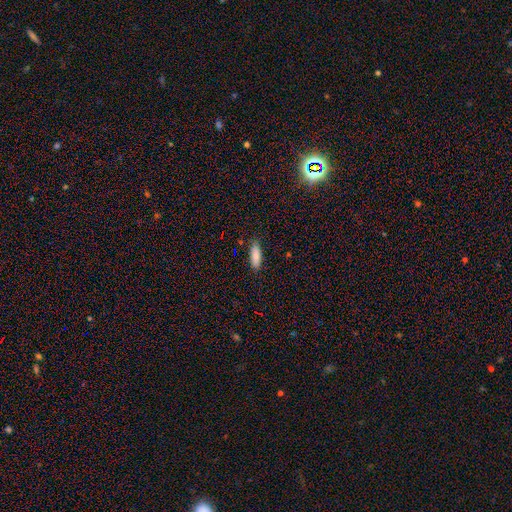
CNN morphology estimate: A smooth galaxy with no disk features (85%) that is in between round and cigar-shaped (61%). Merging: none (87%).